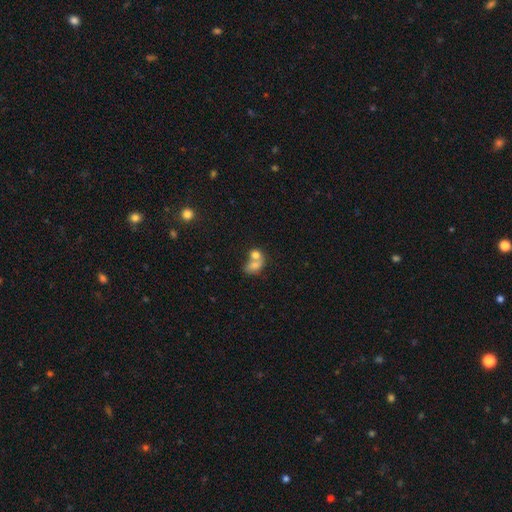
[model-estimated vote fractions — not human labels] Overall: smooth (71%). How rounded: in between (61%; round 37%). Merging: merger (70%).